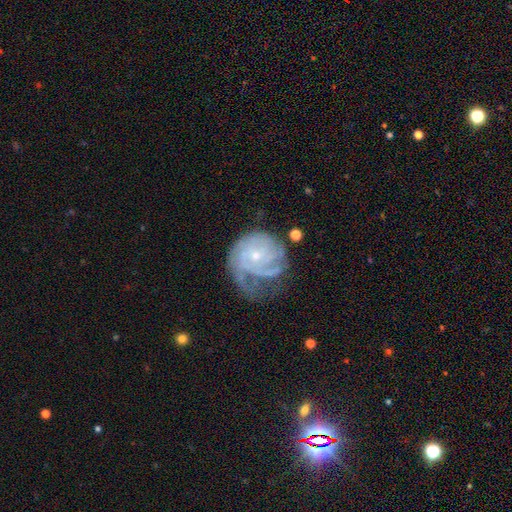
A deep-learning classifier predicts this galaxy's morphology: Smooth or featured? featured or disk (81%)
Edge-on disk? no (98%)
Bar? no (75%)
Spiral arms? yes (93%)
Spiral winding? tight (68%)
Spiral arm count? can't tell (36%)
Bulge size? small (76%)
Merging? none (44%)